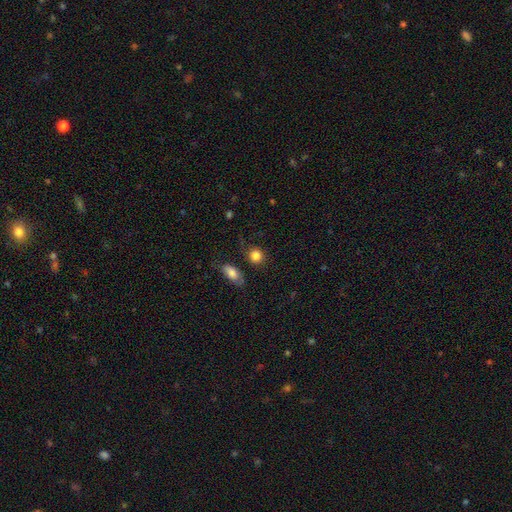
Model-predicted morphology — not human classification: A smooth galaxy with no disk features (85%) that is round (81%). Merging: none (76%).